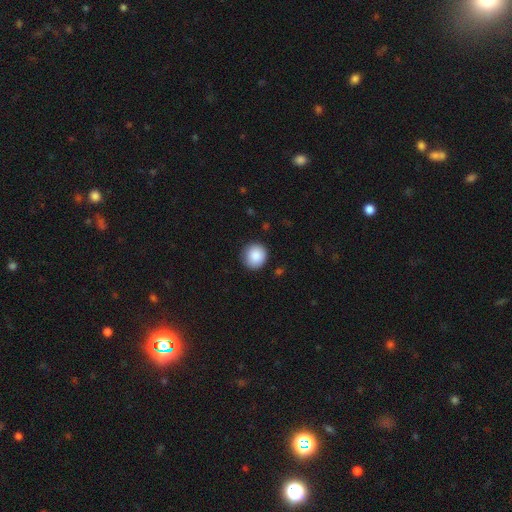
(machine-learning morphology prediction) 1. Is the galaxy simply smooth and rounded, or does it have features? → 89% smooth, 8% star or artifact, 4% featured or disk.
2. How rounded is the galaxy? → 91% round, 8% in between, 1% cigar-shaped.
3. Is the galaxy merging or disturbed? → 88% none, 9% minor disturbance, 2% major disturbance, 1% merger.